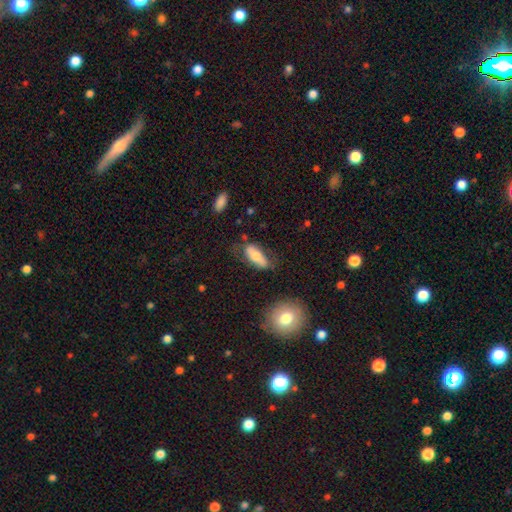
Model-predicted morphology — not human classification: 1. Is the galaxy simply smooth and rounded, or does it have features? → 64% smooth, 29% featured or disk, 7% star or artifact.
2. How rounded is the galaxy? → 72% in between, 25% cigar-shaped, 3% round.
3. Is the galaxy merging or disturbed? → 62% none, 24% minor disturbance, 10% major disturbance, 4% merger.